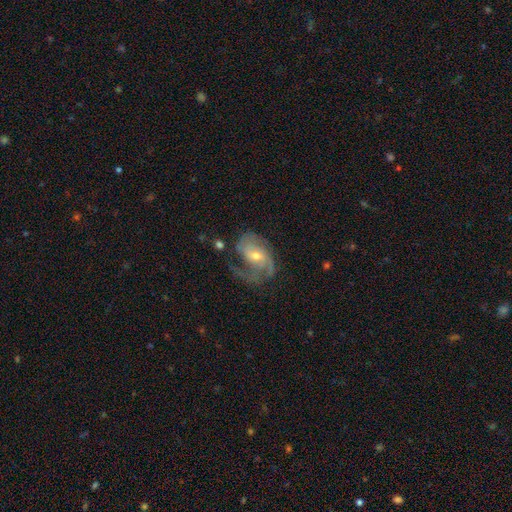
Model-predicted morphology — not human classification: This appears to be a featured or disk galaxy (81%) with no bar (47%), 2 (50%) medium (46%) spiral arms (93%) and a moderate central bulge (48%). Merging: none (47%).